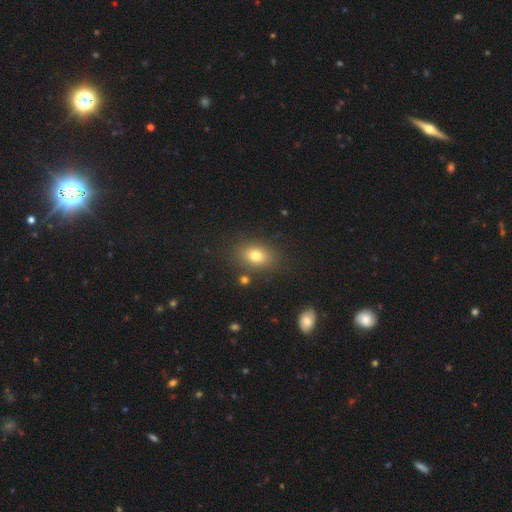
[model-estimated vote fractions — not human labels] Overall: smooth (78%). How rounded: in between (72%). Merging: none (83%).